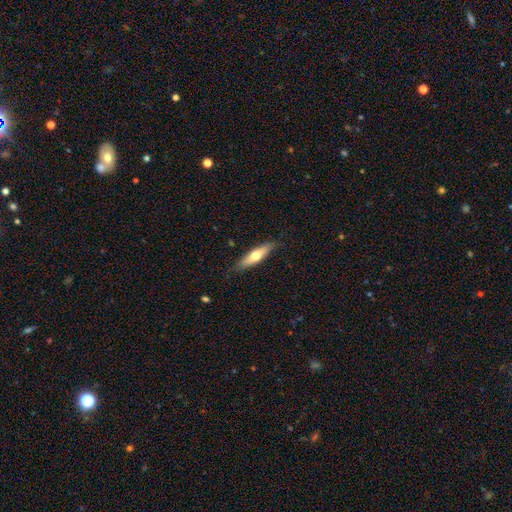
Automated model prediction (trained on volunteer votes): Smooth or featured? Predicted: smooth (p=0.58). How rounded? Predicted: cigar-shaped (p=0.67). Merging? Predicted: none (p=0.84).